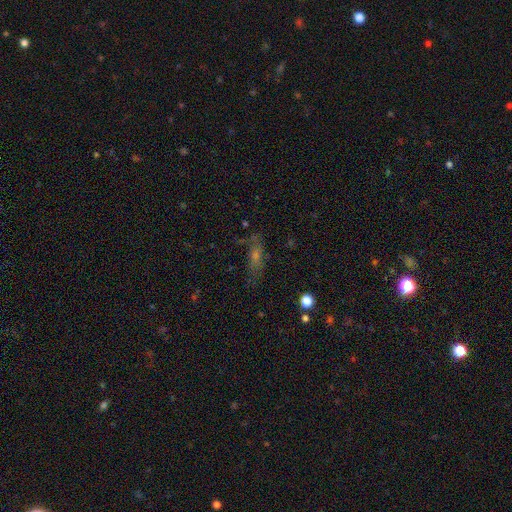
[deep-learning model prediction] The model was most divided on "smooth or featured": smooth: 41%, featured or disk: 36%, star or artifact: 23%. More confident: merging — none (64%).